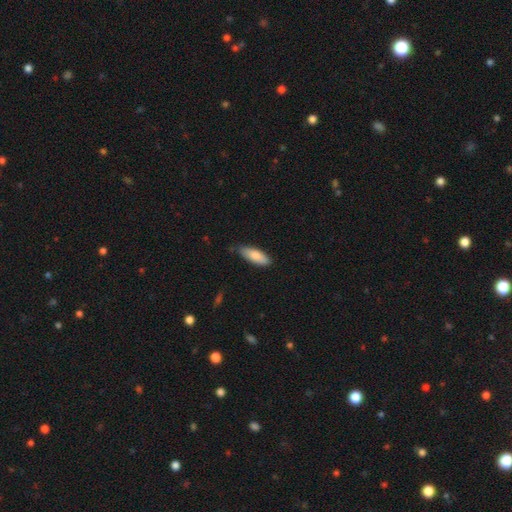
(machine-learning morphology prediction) This appears to be a smooth galaxy with no disk features (83%) that is in between round and cigar-shaped (68%). Merging: none (78%).